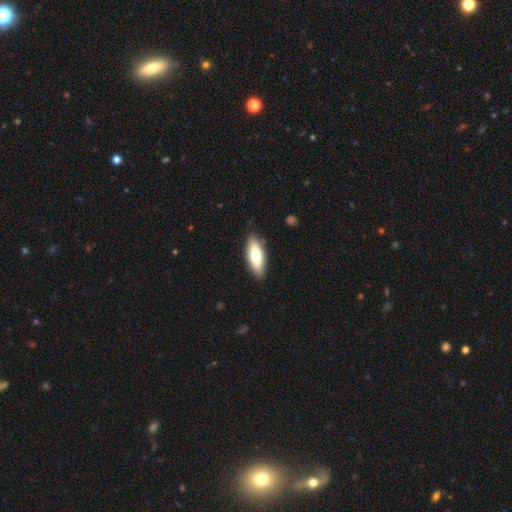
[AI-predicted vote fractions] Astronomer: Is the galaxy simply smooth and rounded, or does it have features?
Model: smooth — 64%.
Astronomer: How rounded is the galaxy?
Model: in between — 68%.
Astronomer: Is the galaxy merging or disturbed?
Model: none — 87%.